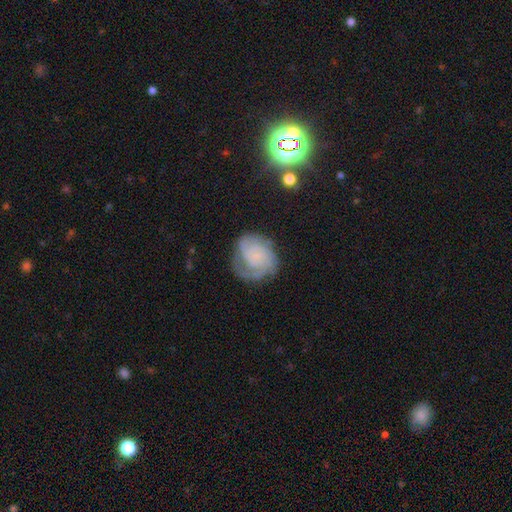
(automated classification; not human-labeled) smooth-or-featured: featured or disk: 80% | smooth: 13% | star or artifact: 7%
  disk-edge-on: no: 98% | yes: 2%
    bar: no: 68% | weak: 27% | strong: 5%
    has-spiral-arms: yes: 96% | no: 4%
      spiral-winding: tight: 63% | medium: 30% | loose: 7%
      spiral-arm-count: 3: 30% | 2: 28% | can't tell: 23% | 4: 8% | 1: 6% | more than 4: 5%
    bulge-size: small: 52% | none: 37% | moderate: 8% | large: 2% | dominant: 1%
  merging: none: 67% | minor disturbance: 20% | major disturbance: 11% | merger: 2%